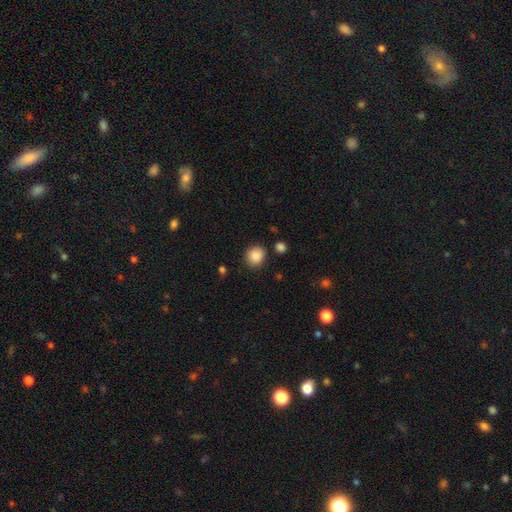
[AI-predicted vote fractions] Smooth or featured? smooth (87%)
How rounded? round (80%)
Merging? none (83%)